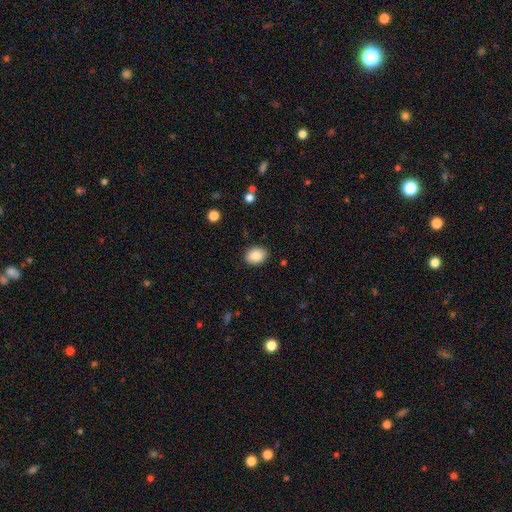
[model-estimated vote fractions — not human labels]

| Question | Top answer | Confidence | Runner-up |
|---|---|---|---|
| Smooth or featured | smooth | 87% | star or artifact (8%) |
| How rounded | in between | 60% | round (39%) |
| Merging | none | 88% | minor disturbance (9%) |